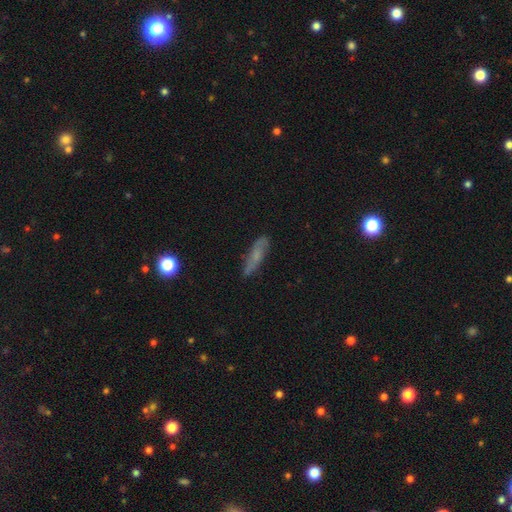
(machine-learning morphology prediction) A smooth galaxy with no disk features (52%) that is cigar-shaped (69%). Merging: none (79%).